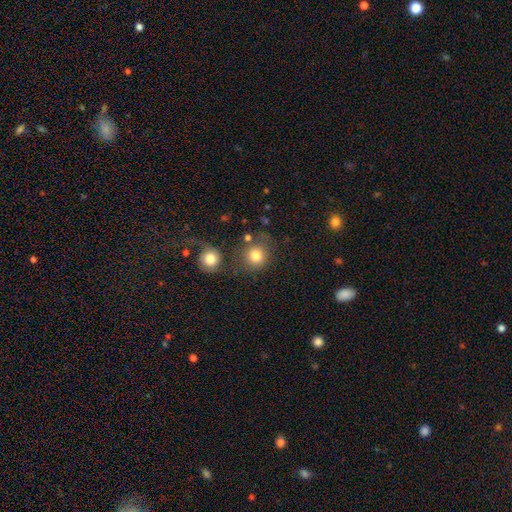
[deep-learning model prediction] Smooth or featured? Predicted: smooth (p=0.81). How rounded? Predicted: round (p=0.87). Merging? Predicted: none (p=0.66).